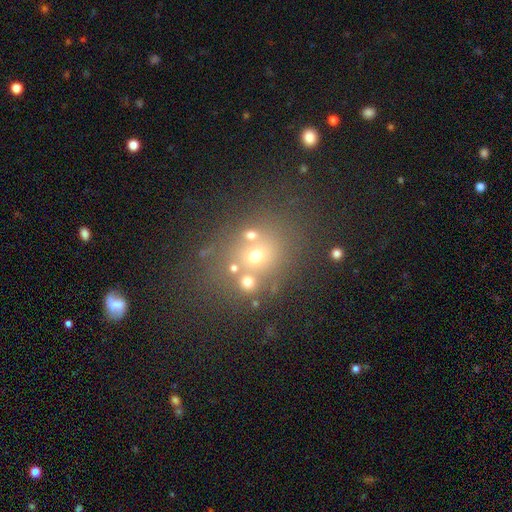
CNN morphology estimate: Overall: smooth (50%; star or artifact 30%). Merging: none (57%; merger 26%).